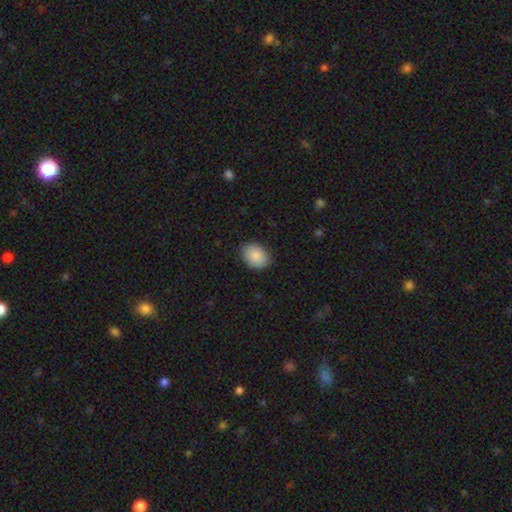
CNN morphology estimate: smooth-or-featured: smooth: 89% | star or artifact: 6% | featured or disk: 5%
  how-rounded: in between: 78% | round: 21% | cigar-shaped: 1%
  merging: none: 85% | minor disturbance: 12% | major disturbance: 2% | merger: 1%